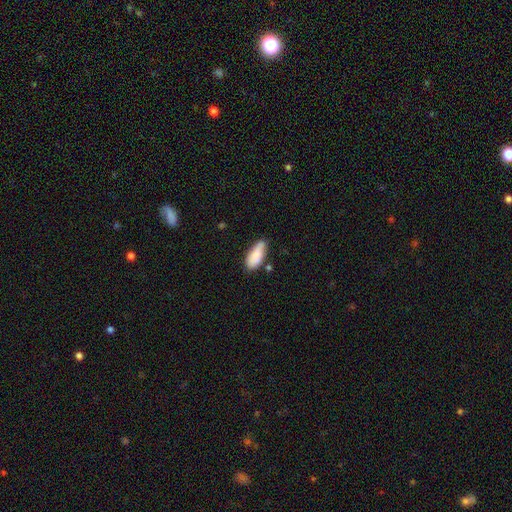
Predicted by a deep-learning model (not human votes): Morphology: type=smooth (84%); roundness=in between (82%); merging=none (57%).